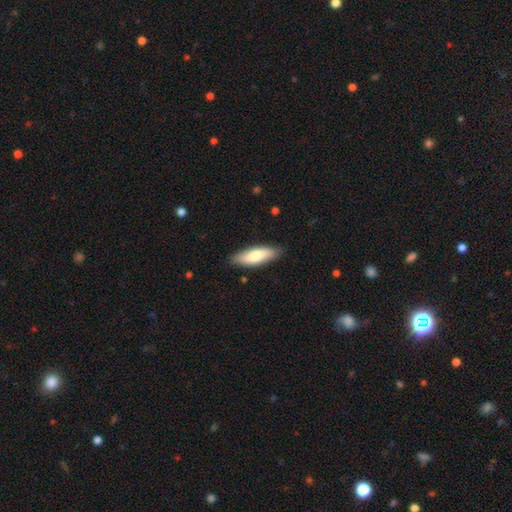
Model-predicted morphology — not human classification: smooth-or-featured: smooth: 73% | featured or disk: 21% | star or artifact: 5%
  how-rounded: in between: 52% | cigar-shaped: 46% | round: 2%
  merging: none: 86% | minor disturbance: 11% | major disturbance: 2% | merger: 1%